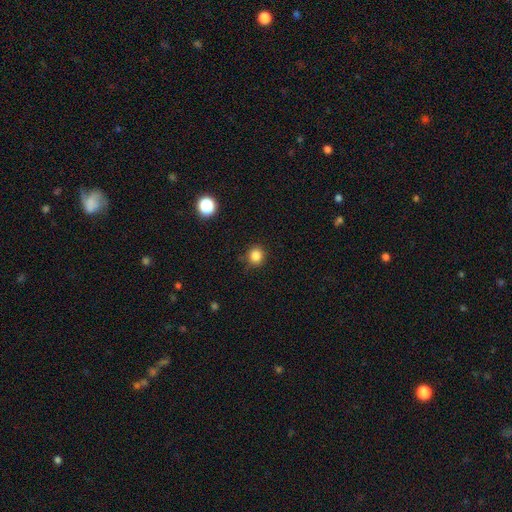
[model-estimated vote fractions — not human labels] This appears to be a smooth galaxy with no disk features (84%) that is round (89%). Merging: none (87%).